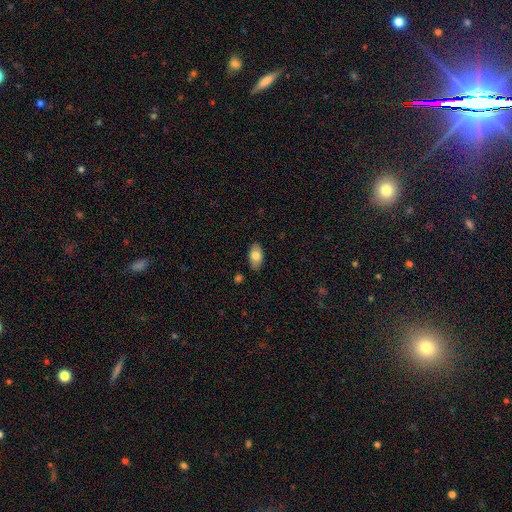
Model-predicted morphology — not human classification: smooth-or-featured: smooth: 76% | featured or disk: 17% | star or artifact: 7%
  how-rounded: in between: 93% | round: 5% | cigar-shaped: 2%
  merging: none: 84% | minor disturbance: 12% | major disturbance: 2% | merger: 2%